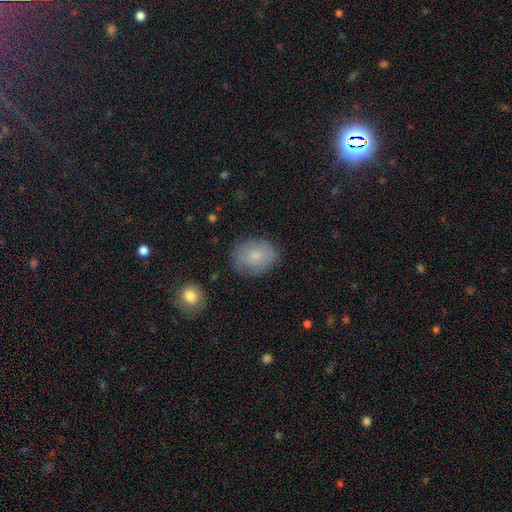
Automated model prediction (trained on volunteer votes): This appears to be a smooth galaxy with no disk features (78%) that is in between round and cigar-shaped (53%). Merging: none (77%).